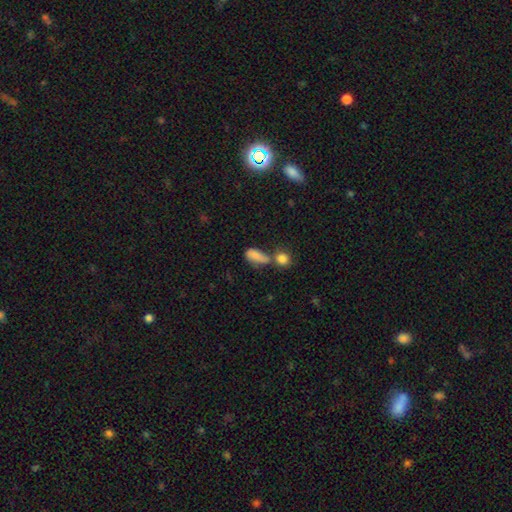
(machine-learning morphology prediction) type=smooth (79%); roundness=in between (81%); merging=merger (41%).